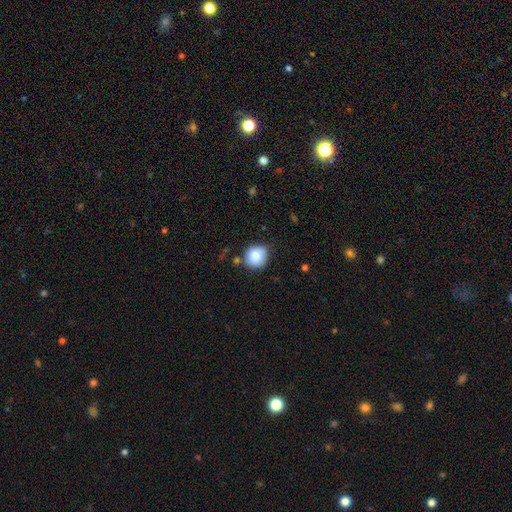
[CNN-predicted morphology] smooth 86%, star or artifact 8%, featured or disk 6%. Down the decision tree: how rounded — round (85%); merging — none (70%).